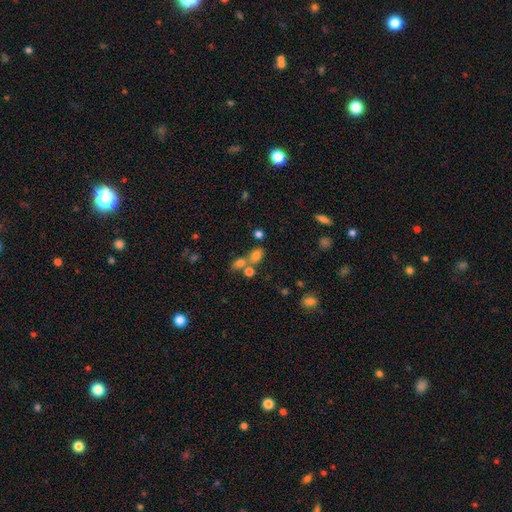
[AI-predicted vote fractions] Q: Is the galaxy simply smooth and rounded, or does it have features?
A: smooth — 73%.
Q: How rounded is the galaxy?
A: in between — 68%.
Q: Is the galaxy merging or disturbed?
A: none — 43%.